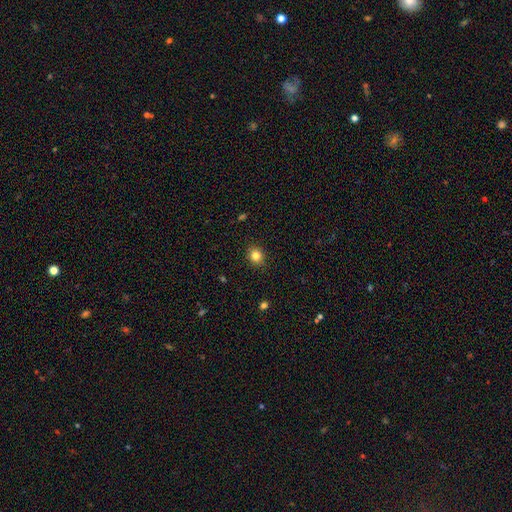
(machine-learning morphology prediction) This is clearly a smooth galaxy (82%). How rounded: likely round (76%). Merging: clearly none (90%).